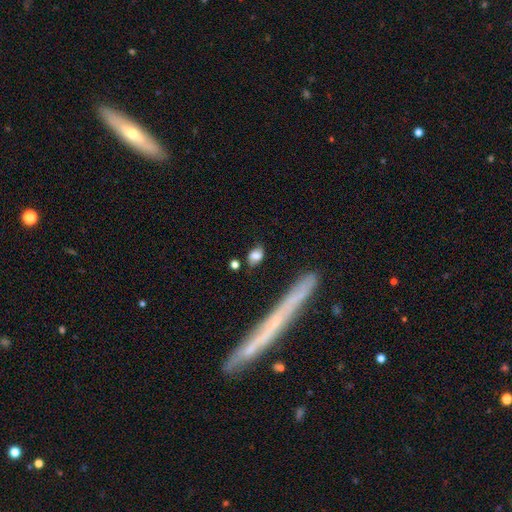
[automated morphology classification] smooth_or_featured: smooth (p=0.74) [alt: featured or disk p=0.18]
how_rounded: in between (p=0.75) [alt: round p=0.19]
merging: none (p=0.67) [alt: minor disturbance p=0.21]